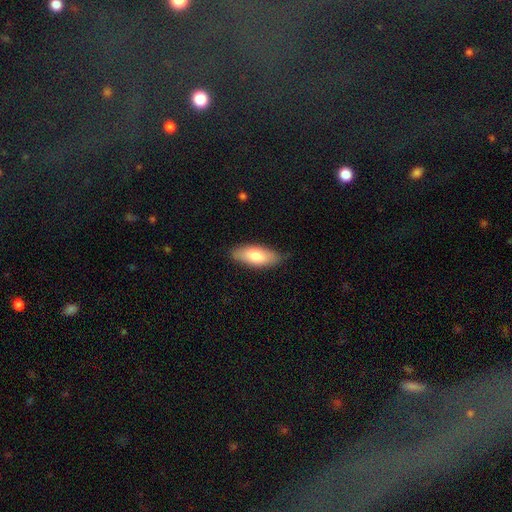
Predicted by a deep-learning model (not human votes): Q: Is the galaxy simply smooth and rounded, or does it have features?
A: smooth — 76%.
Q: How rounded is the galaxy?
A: in between — 79%.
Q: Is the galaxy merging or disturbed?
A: none — 80%.